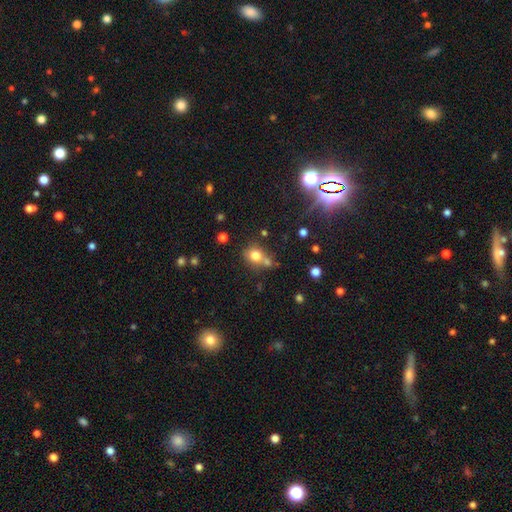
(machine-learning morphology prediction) Smooth or featured? smooth (77%)
How rounded? round (72%)
Merging? none (53%)